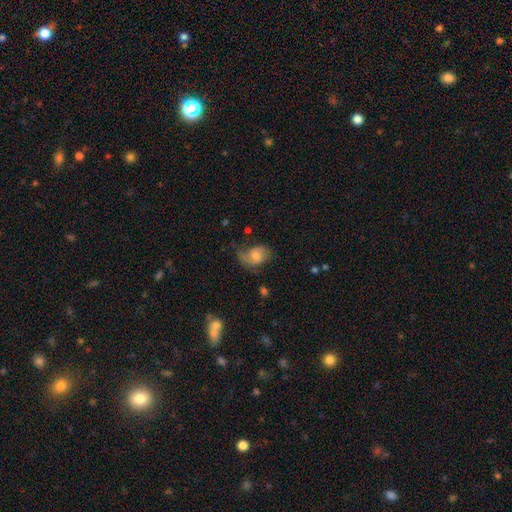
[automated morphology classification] Smooth or featured? featured or disk (50%)
Merging? none (44%)